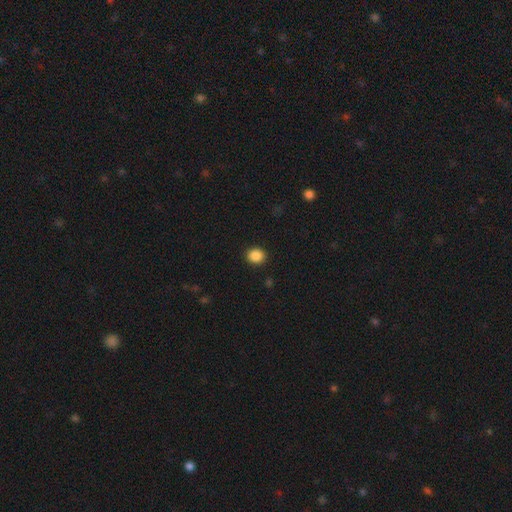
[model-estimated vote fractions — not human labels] This appears to be a smooth galaxy with no disk features (88%) that is round (73%). Merging: none (91%).